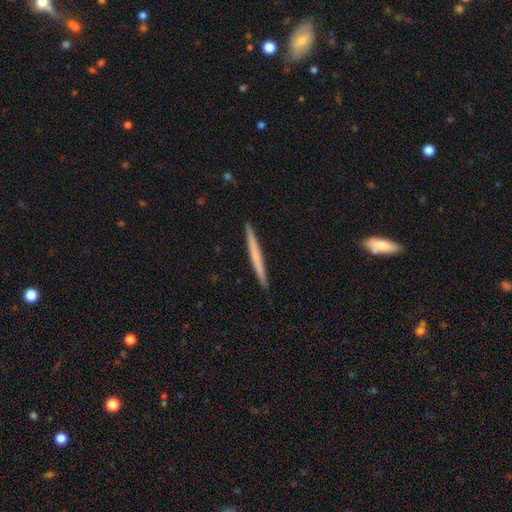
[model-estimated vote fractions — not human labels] This is possibly a smooth galaxy (56%). How rounded: clearly cigar-shaped (97%). Merging: clearly none (92%).